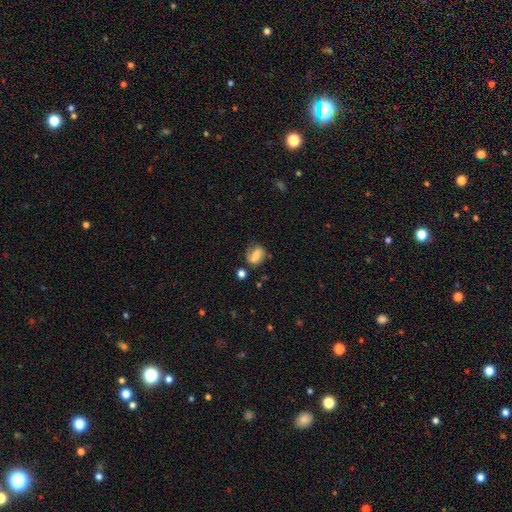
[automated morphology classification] This appears to be a smooth galaxy with no disk features (56%) that is in between round and cigar-shaped (63%). Merging: none (59%).